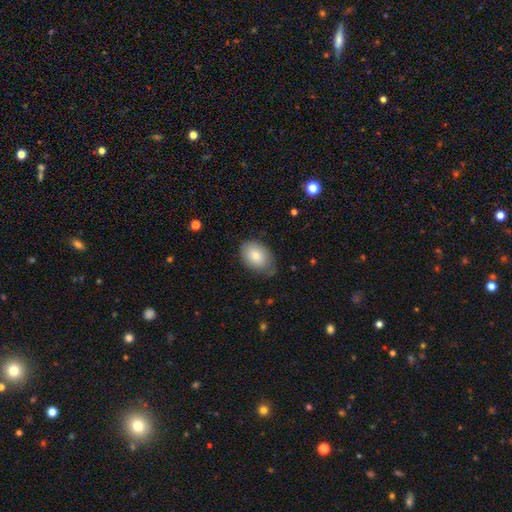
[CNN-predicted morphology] This appears to be a smooth galaxy with no disk features (83%) that is in between round and cigar-shaped (87%). Merging: none (69%).